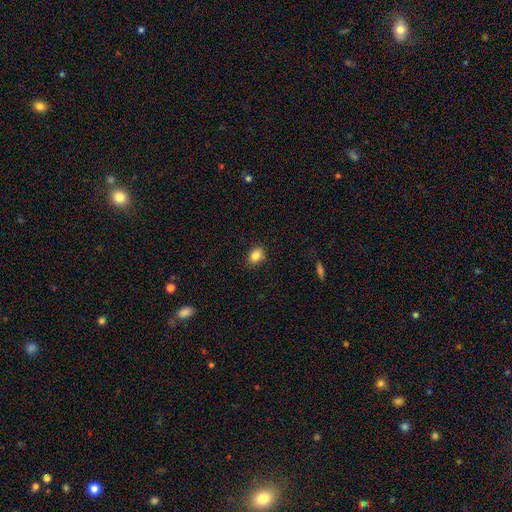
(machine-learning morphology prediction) Q: Smooth or featured?
A: smooth (85%); runner-up: star or artifact (10%)
Q: How rounded?
A: in between (58%); runner-up: round (41%)
Q: Merging?
A: none (83%); runner-up: minor disturbance (13%)